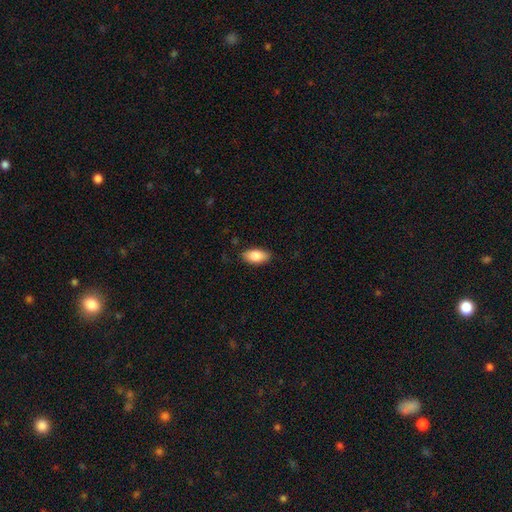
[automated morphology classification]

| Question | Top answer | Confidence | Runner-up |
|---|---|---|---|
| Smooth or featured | smooth | 85% | featured or disk (9%) |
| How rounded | in between | 92% | cigar-shaped (5%) |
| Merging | none | 84% | minor disturbance (12%) |